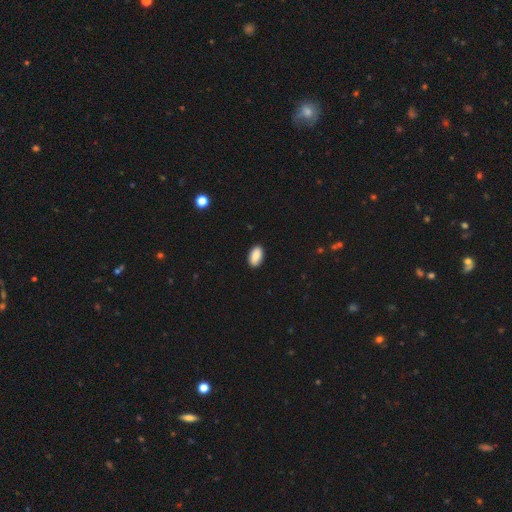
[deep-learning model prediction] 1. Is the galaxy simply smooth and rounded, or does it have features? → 90% smooth, 7% star or artifact, 4% featured or disk.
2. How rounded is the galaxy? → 94% in between, 3% round, 2% cigar-shaped.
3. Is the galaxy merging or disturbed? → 90% none, 8% minor disturbance, 2% major disturbance, 1% merger.